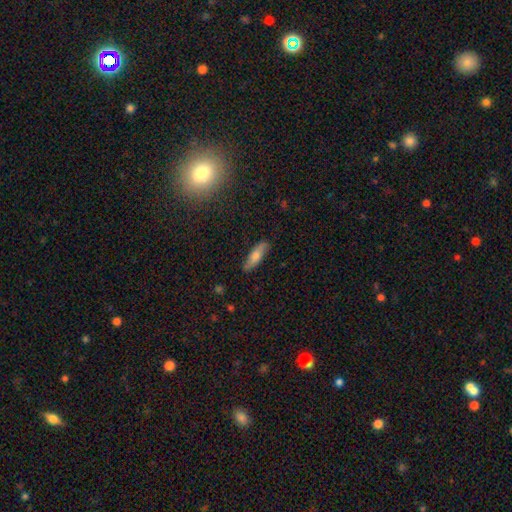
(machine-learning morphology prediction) A smooth galaxy with no disk features (67%) that is cigar-shaped (60%).

Vote fractions:
- Smooth or featured? smooth: 67% / featured or disk: 27% / star or artifact: 6%
- How rounded? cigar-shaped: 60% / in between: 38% / round: 2%
- Merging? none: 84% / minor disturbance: 12% / major disturbance: 2% / merger: 1%